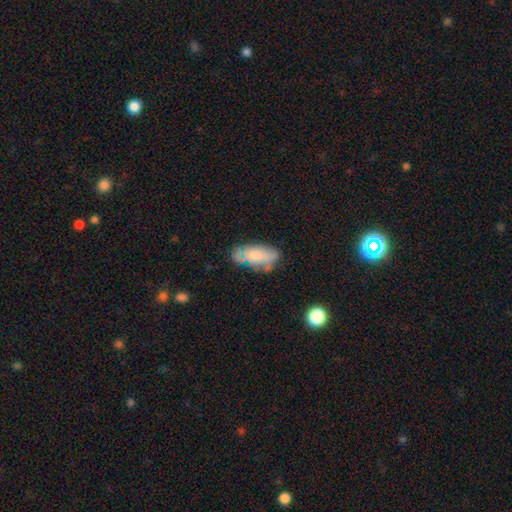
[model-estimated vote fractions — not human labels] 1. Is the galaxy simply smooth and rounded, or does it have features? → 64% smooth, 28% featured or disk, 8% star or artifact.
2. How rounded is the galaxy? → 86% in between, 11% cigar-shaped, 3% round.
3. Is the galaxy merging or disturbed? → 59% none, 27% minor disturbance, 8% major disturbance, 5% merger.